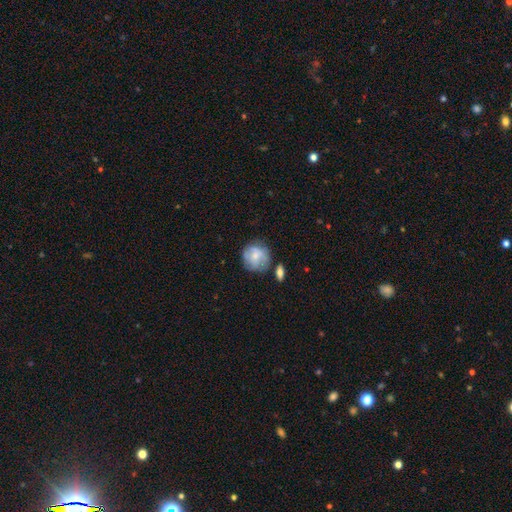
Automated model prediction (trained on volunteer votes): Smooth or featured?
  - smooth: 58% *
  - featured or disk: 34%
  - star or artifact: 8%
How rounded?
  - round: 86% *
  - in between: 13%
  - cigar-shaped: 1%
Merging?
  - none: 61% *
  - minor disturbance: 24%
  - major disturbance: 8%
  - merger: 8%